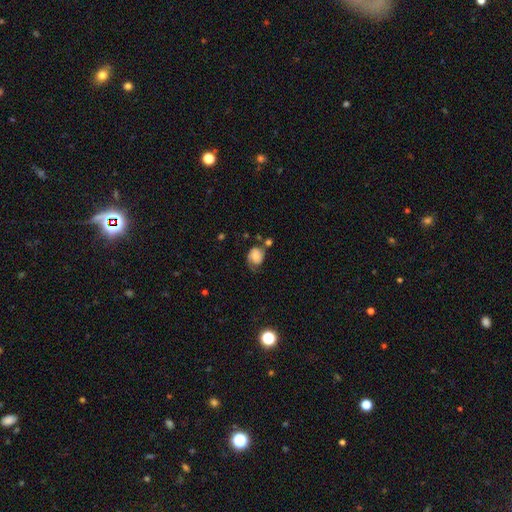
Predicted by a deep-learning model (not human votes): Smooth or featured? Predicted: featured or disk (p=0.45, tied with smooth). Merging? Predicted: none (p=0.40).